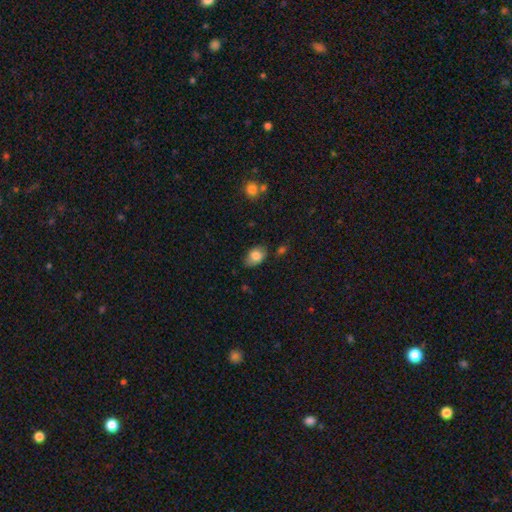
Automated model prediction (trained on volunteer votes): This is likely a smooth galaxy (78%). How rounded: clearly in between (84%). Merging: likely none (70%).